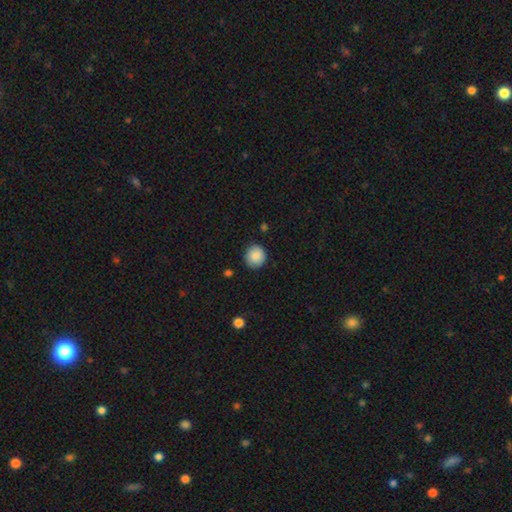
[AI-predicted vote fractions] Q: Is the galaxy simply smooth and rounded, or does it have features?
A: smooth — 87%.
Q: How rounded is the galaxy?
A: round — 88%.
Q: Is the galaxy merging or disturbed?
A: none — 87%.